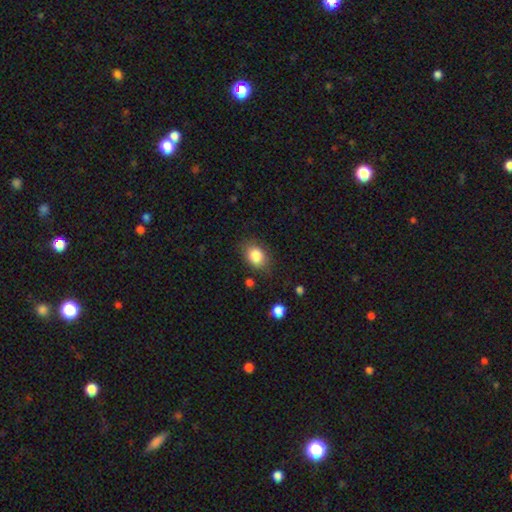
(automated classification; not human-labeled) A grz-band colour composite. It shows a smooth galaxy with no disk features (85%) that is in between round and cigar-shaped (64%). Merging: none (77%).